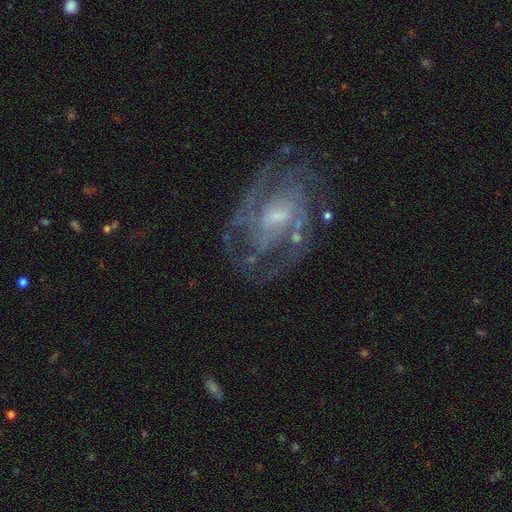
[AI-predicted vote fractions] Smooth or featured?
  - featured or disk: 80% *
  - star or artifact: 10%
  - smooth: 9%
Edge-on disk?
  - no: 96% *
  - yes: 4%
Bar?
  - weak: 44% *
  - no: 42%
  - strong: 14%
Spiral arms?
  - yes: 87% *
  - no: 13%
Spiral winding?
  - tight: 49% *
  - medium: 39%
  - loose: 11%
Spiral arm count?
  - can't tell: 38% *
  - 2: 28%
  - 3: 16%
  - 4: 7%
  - 1: 6%
  - more than 4: 5%
Bulge size?
  - small: 52% *
  - moderate: 34%
  - none: 9%
  - large: 3%
  - dominant: 1%
Merging?
  - none: 70% *
  - minor disturbance: 16%
  - major disturbance: 11%
  - merger: 2%